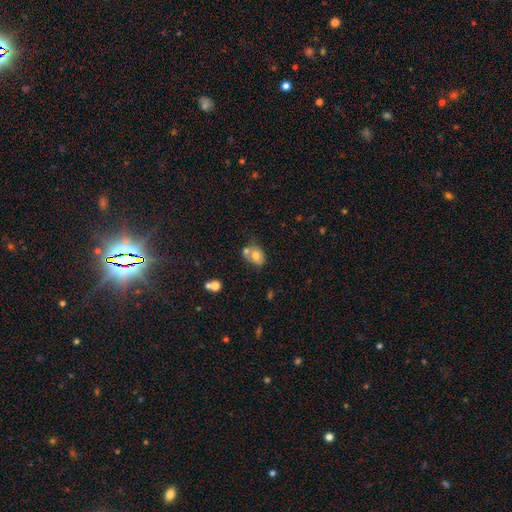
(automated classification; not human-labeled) A smooth galaxy with no disk features (64%) that is in between round and cigar-shaped (68%).

Vote fractions:
- Smooth or featured? smooth: 64% / featured or disk: 26% / star or artifact: 9%
- How rounded? in between: 68% / round: 31% / cigar-shaped: 1%
- Merging? none: 38% (tied) / merger: 38% (tied) / minor disturbance: 17% / major disturbance: 7%